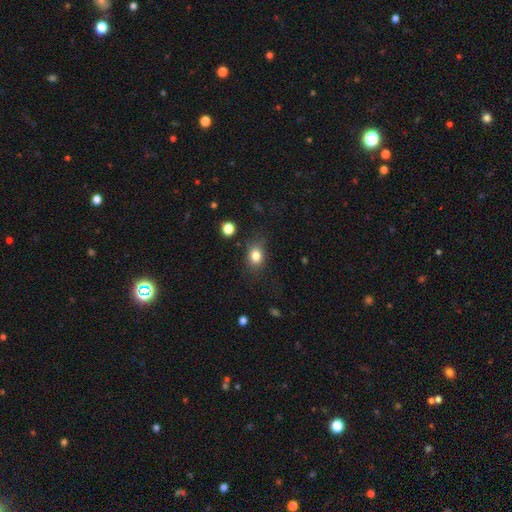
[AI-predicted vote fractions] The model was most divided on "how rounded": in between: 55%, round: 44%, cigar-shaped: 1%. More confident: smooth or featured — smooth (82%); merging — none (74%).